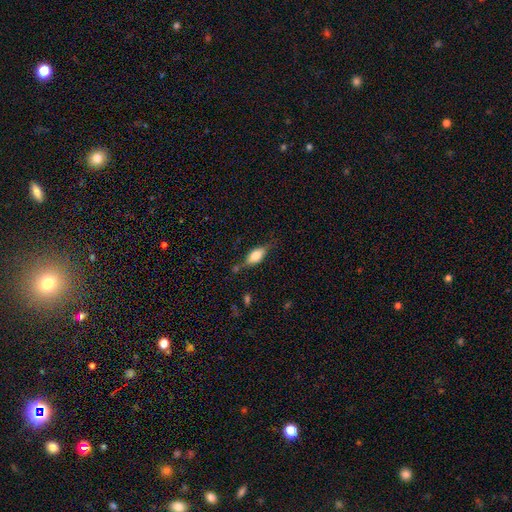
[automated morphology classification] Smooth or featured? smooth (62%)
How rounded? in between (79%)
Merging? none (63%)